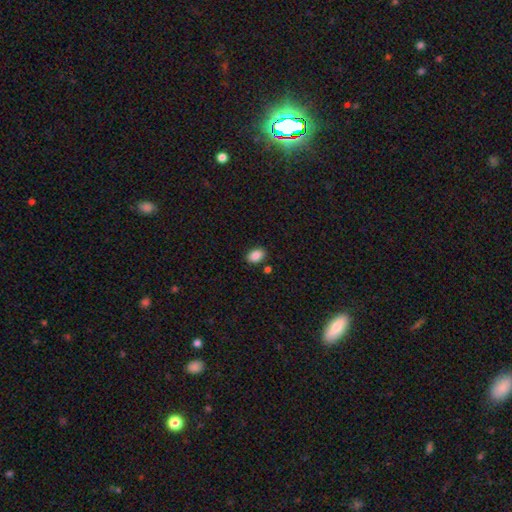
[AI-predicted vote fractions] Morphology: type=smooth (87%); roundness=in between (84%); merging=none (84%).